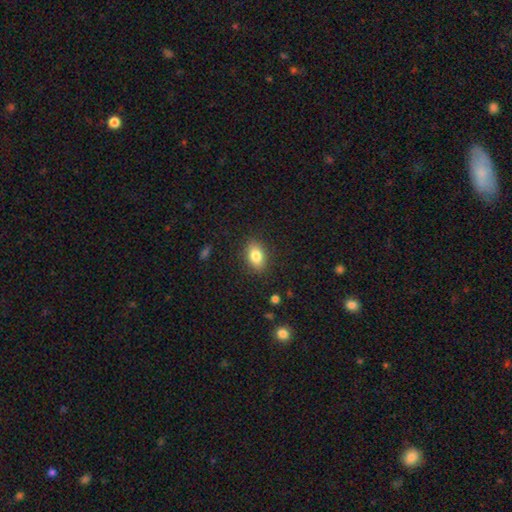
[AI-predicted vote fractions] The model was most divided on "how rounded": in between: 84%, round: 14%, cigar-shaped: 2%. More confident: merging — none (86%); smooth or featured — smooth (82%).